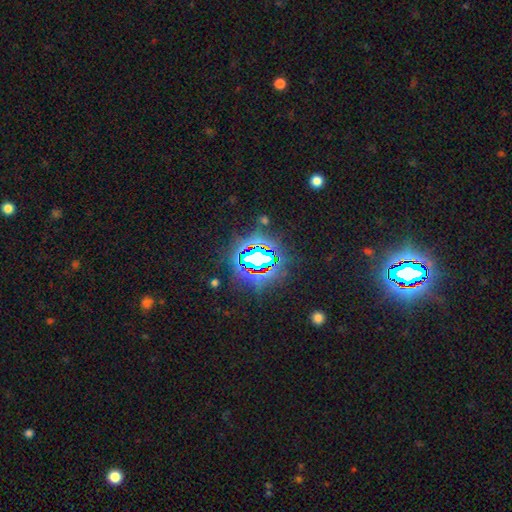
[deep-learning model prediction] Smooth or featured? Predicted: star or artifact (p=0.77).